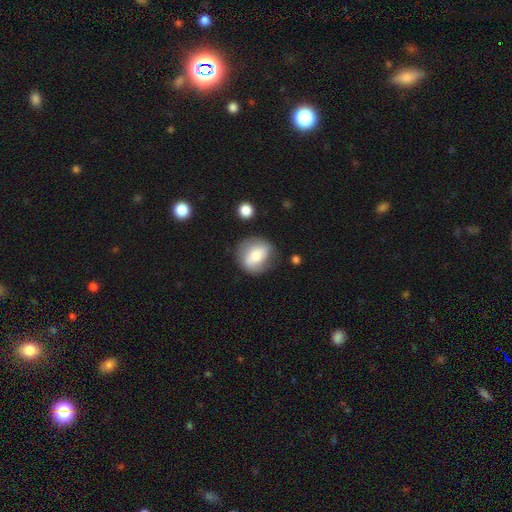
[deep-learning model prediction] This appears to be a smooth galaxy with no disk features (62%) that is round (71%). Merging: none (71%).